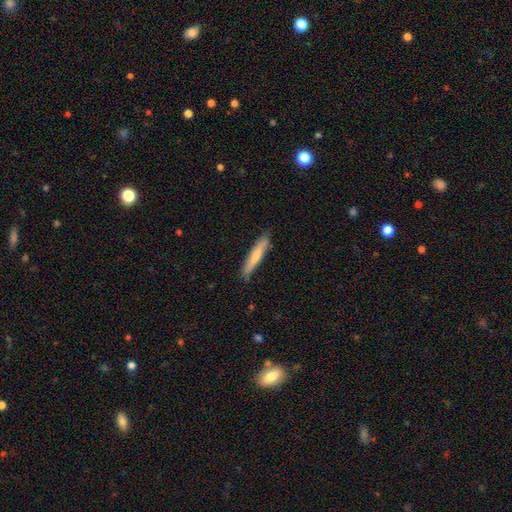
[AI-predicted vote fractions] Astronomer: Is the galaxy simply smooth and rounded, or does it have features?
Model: smooth — 70%.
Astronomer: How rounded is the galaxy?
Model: cigar-shaped — 90%.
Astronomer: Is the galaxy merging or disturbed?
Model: none — 84%.